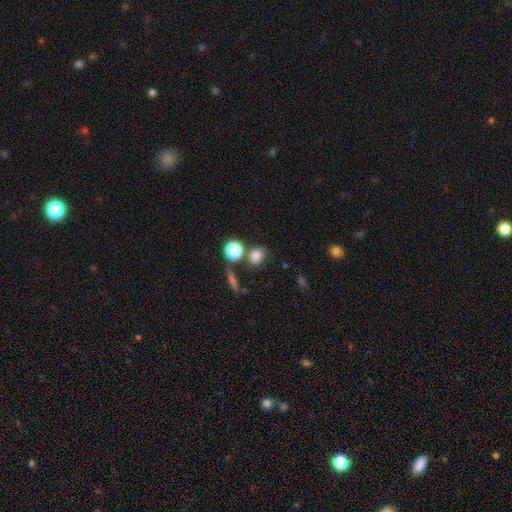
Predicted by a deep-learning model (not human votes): A smooth galaxy with no disk features (79%) that is round (58%).

Vote fractions:
- Smooth or featured? smooth: 79% / star or artifact: 13% / featured or disk: 7%
- How rounded? round: 58% / in between: 39% / cigar-shaped: 2%
- Merging? none: 64% / merger: 20% / minor disturbance: 11% / major disturbance: 4%